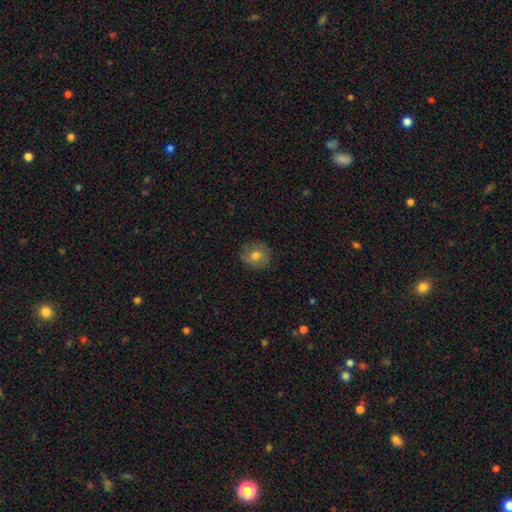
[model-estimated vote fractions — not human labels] Morphology: type=smooth (66%); roundness=round (80%); merging=none (82%).